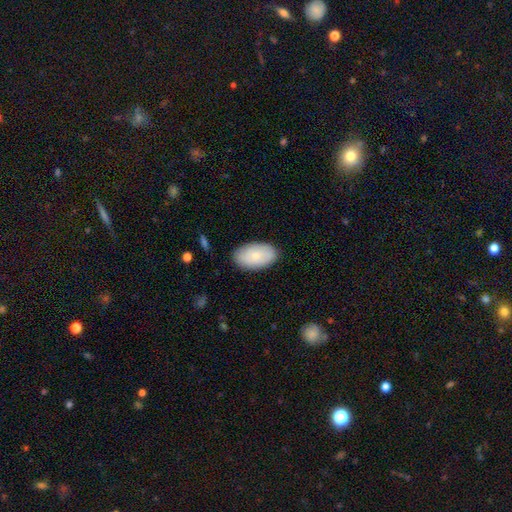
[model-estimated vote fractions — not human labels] Morphology: type=smooth (77%); roundness=in between (95%); merging=none (86%).